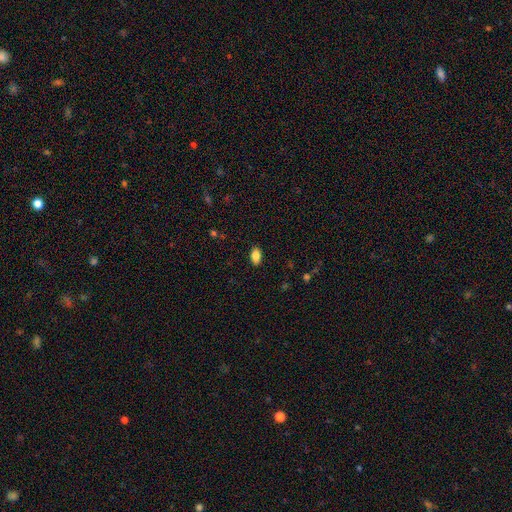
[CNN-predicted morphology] Smooth or featured?
  - smooth: 84% *
  - star or artifact: 9%
  - featured or disk: 7%
How rounded?
  - in between: 90% *
  - round: 7%
  - cigar-shaped: 3%
Merging?
  - none: 88% *
  - minor disturbance: 9%
  - major disturbance: 2%
  - merger: 1%